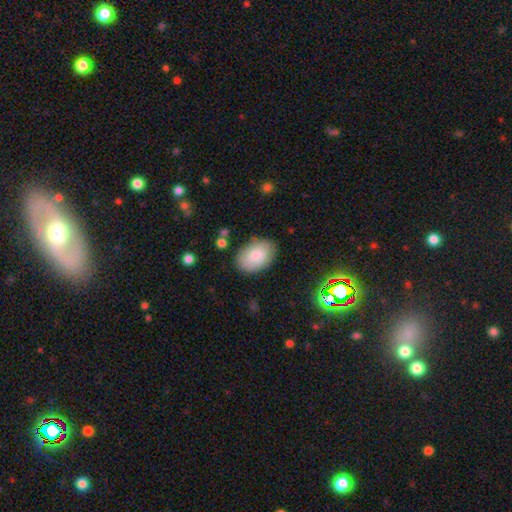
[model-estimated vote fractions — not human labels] Smooth or featured? smooth (77%)
How rounded? in between (90%)
Merging? none (81%)